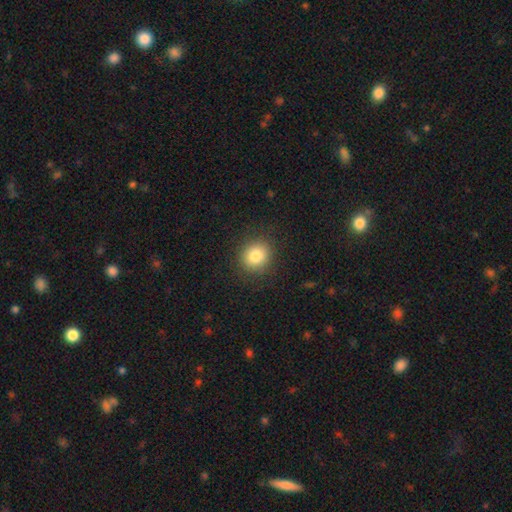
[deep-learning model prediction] The model was most divided on "how rounded": round: 85%, in between: 14%, cigar-shaped: 1%. More confident: merging — none (89%); smooth or featured — smooth (82%).